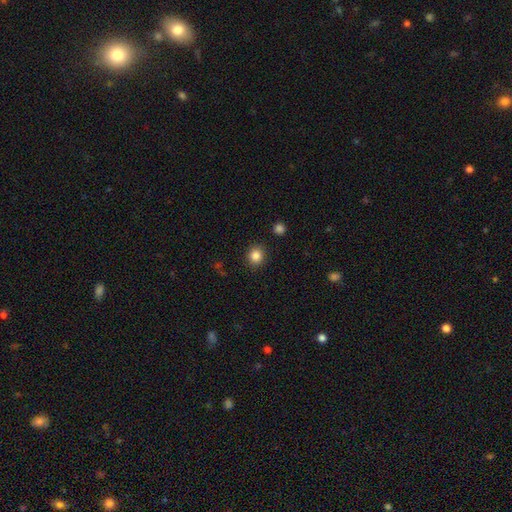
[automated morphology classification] smooth-or-featured: smooth: 85% | star or artifact: 11% | featured or disk: 4%
  how-rounded: round: 87% | in between: 13% | cigar-shaped: 1%
  merging: none: 90% | minor disturbance: 6% | major disturbance: 2% | merger: 2%